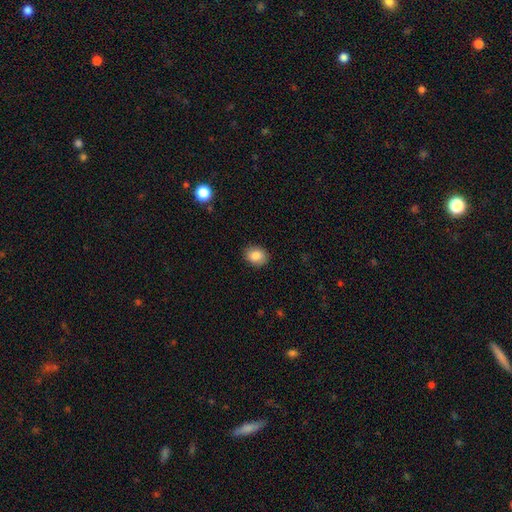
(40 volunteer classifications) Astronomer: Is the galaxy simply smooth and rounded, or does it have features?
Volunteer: smooth — 88%.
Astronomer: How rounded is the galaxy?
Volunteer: round — 66%.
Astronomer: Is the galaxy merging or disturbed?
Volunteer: none — 89%.